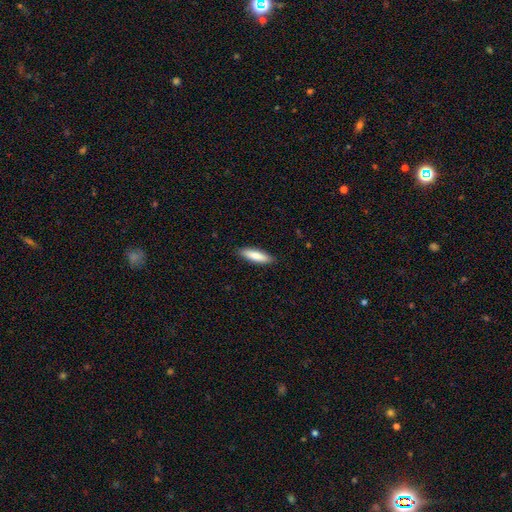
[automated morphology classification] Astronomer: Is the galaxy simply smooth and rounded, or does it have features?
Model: smooth — 82%.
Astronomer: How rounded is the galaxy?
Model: cigar-shaped — 60% (runner-up: in between, 39%).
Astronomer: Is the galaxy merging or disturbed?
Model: none — 89%.